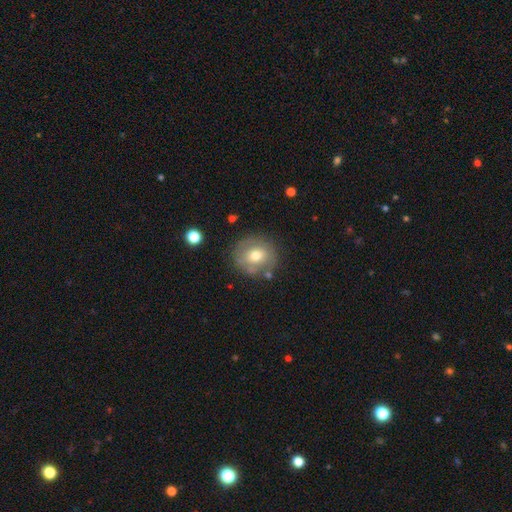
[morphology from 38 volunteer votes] This is likely a smooth galaxy (76%). How rounded: clearly round (93%). Merging: likely none (61%).